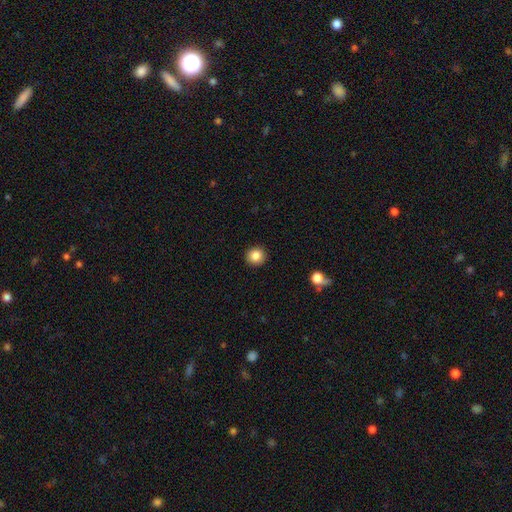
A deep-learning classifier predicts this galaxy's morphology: This appears to be a smooth galaxy with no disk features (85%) that is round (93%). Merging: none (93%).